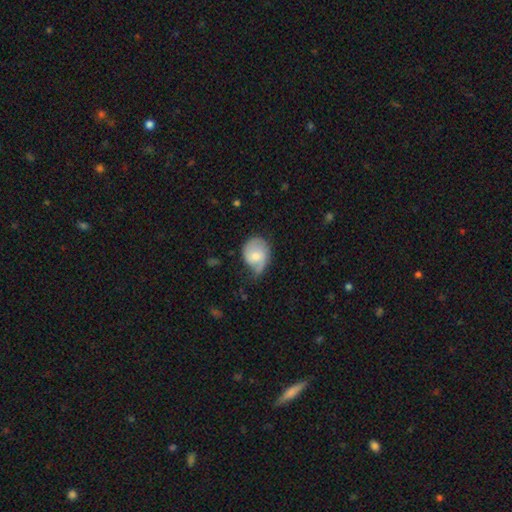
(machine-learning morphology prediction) Overall: smooth (57%; featured or disk 37%). How rounded: round (54%; in between 45%). Merging: minor disturbance (42%; none 33%).